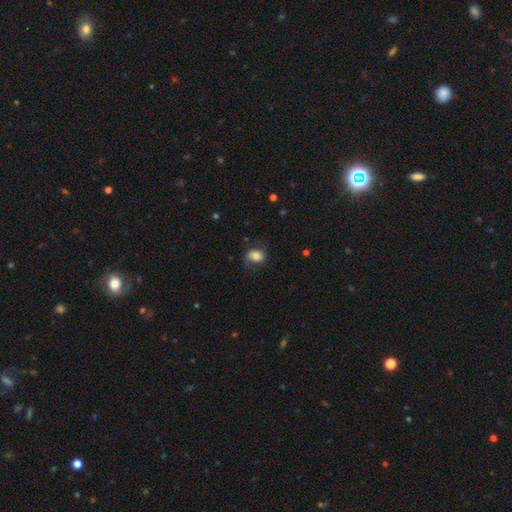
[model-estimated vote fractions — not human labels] smooth 61%, featured or disk 30%, star or artifact 9%. Down the decision tree: how rounded — in between (69%); merging — none (61%).